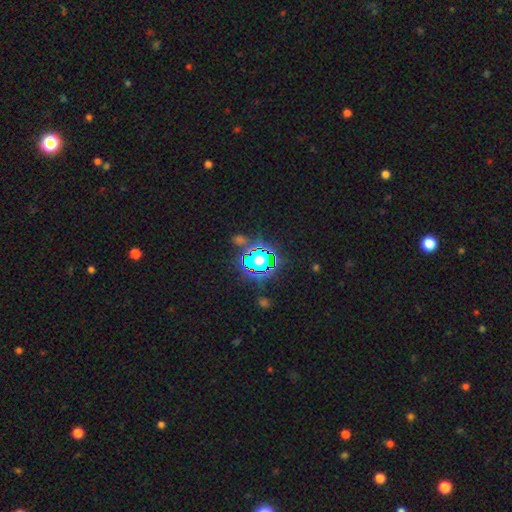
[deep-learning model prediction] A star or artifact, not a galaxy (82%).

Vote fractions:
- Smooth or featured? star or artifact: 82% / smooth: 11% / featured or disk: 7%